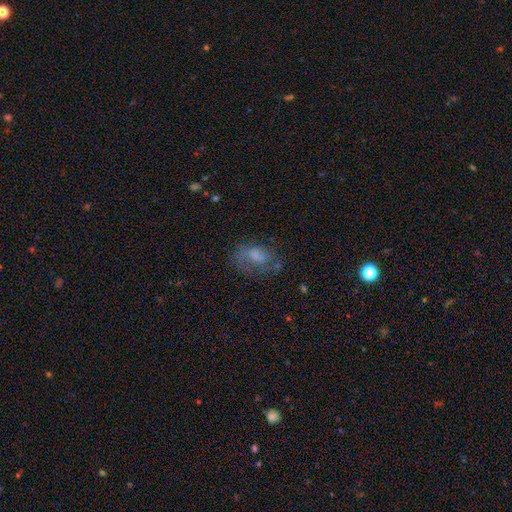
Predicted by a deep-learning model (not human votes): A smooth galaxy with no disk features (47%).

Vote fractions:
- Smooth or featured? smooth: 47% / featured or disk: 40% / star or artifact: 13%
- Merging? none: 46% / major disturbance: 26% / minor disturbance: 24% / merger: 3%